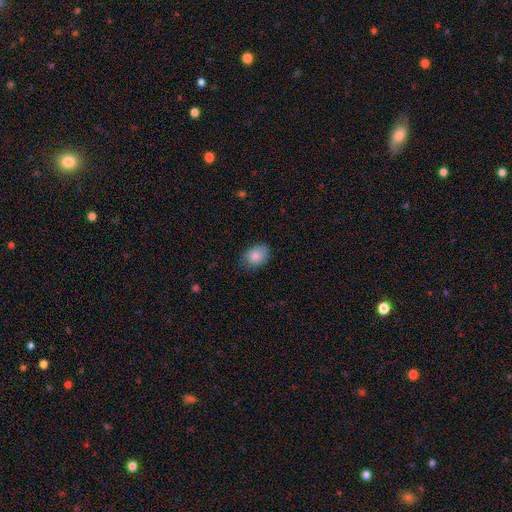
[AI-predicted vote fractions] smooth-or-featured: smooth: 86% | star or artifact: 7% | featured or disk: 6%
  how-rounded: in between: 76% | round: 23% | cigar-shaped: 1%
  merging: none: 73% | minor disturbance: 21% | major disturbance: 5% | merger: 1%